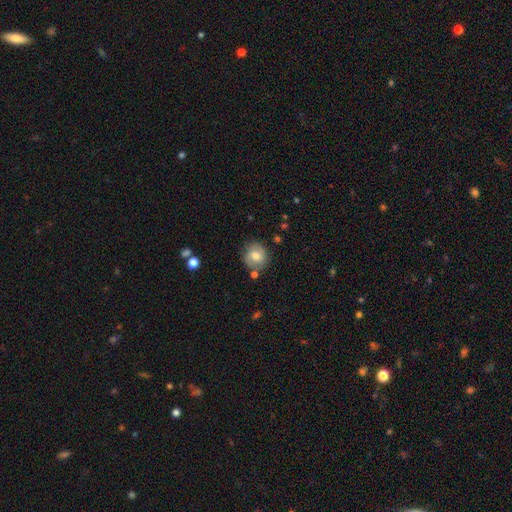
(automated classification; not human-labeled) smooth 68%, featured or disk 23%, star or artifact 9%. Down the decision tree: how rounded — round (83%); merging — none (78%).